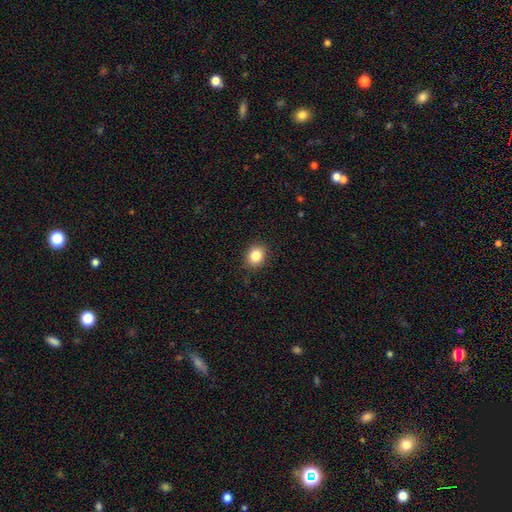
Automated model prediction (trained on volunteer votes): Q: Smooth or featured?
A: smooth (85%); runner-up: star or artifact (10%)
Q: How rounded?
A: round (61%); runner-up: in between (38%)
Q: Merging?
A: none (89%); runner-up: minor disturbance (8%)